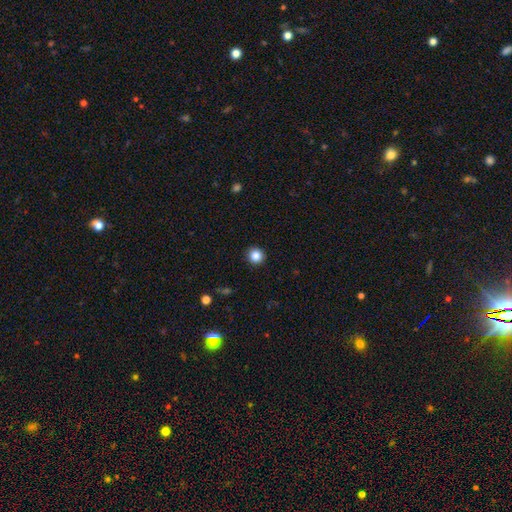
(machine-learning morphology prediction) This is clearly a smooth galaxy (85%). How rounded: clearly round (94%). Merging: clearly none (92%).